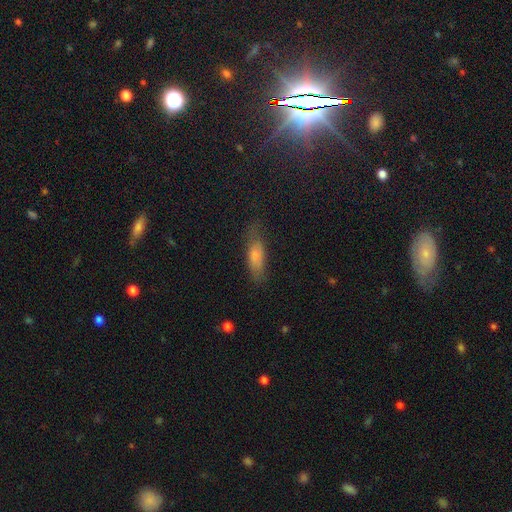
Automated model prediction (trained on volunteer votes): smooth-or-featured: smooth: 76% | featured or disk: 16% | star or artifact: 8%
  how-rounded: in between: 56% | cigar-shaped: 42% | round: 3%
  merging: none: 65% | minor disturbance: 24% | major disturbance: 9% | merger: 2%